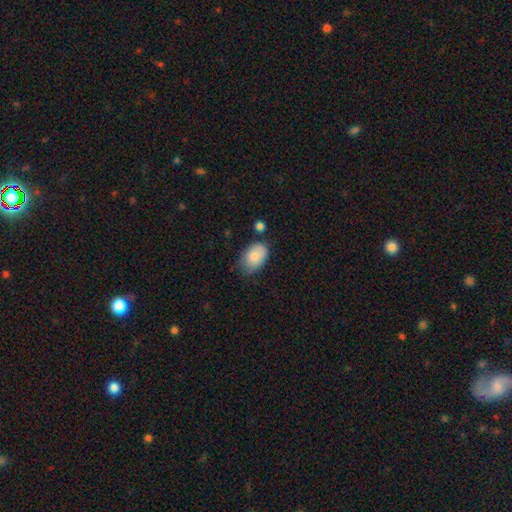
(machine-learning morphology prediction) smooth 83%, featured or disk 10%, star or artifact 7%. Down the decision tree: how rounded — in between (87%); merging — none (59%).